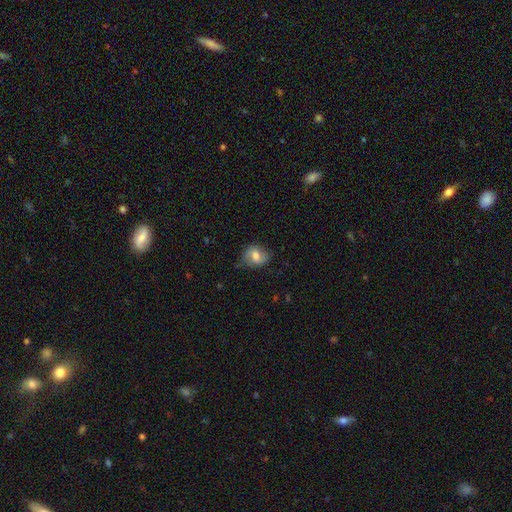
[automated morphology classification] Smooth or featured? Predicted: smooth (p=0.57). How rounded? Predicted: round (p=0.53). Merging? Predicted: none (p=0.63).